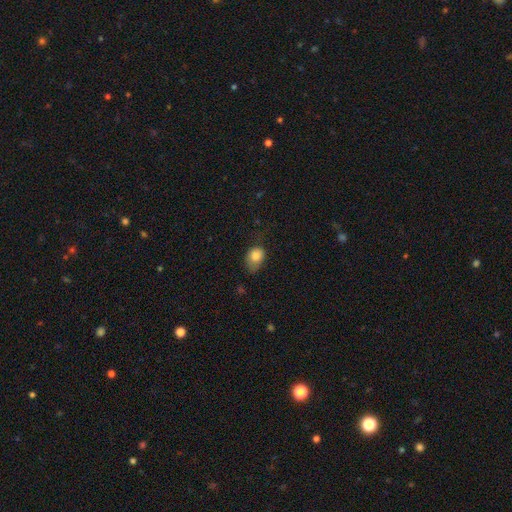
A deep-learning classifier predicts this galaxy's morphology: Q: Smooth or featured?
A: smooth (82%); runner-up: featured or disk (10%)
Q: How rounded?
A: in between (62%); runner-up: round (36%)
Q: Merging?
A: none (43%); runner-up: minor disturbance (40%)